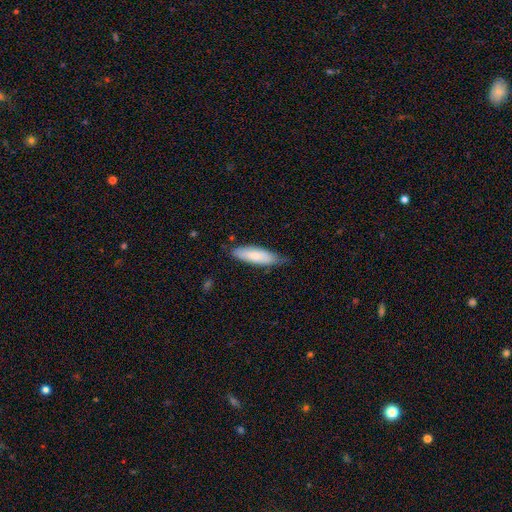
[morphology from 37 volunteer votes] This is likely a smooth galaxy (68%). How rounded: possibly cigar-shaped (52%). Merging: possibly none (57%).